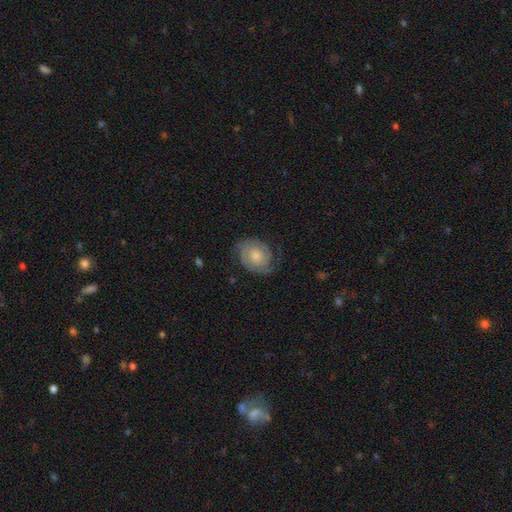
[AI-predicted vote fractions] A featured or disk galaxy (73%) with no bar (75%), 2 (69%) tight (58%) spiral arms (93%) and a moderate central bulge (51%). Merging: none (68%).